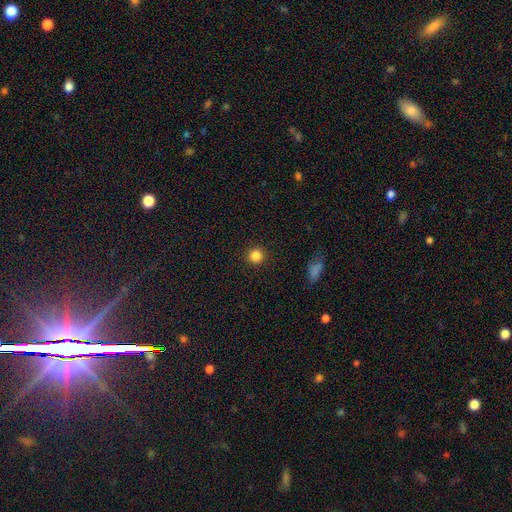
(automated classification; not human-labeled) Smooth or featured?
  - smooth: 85% *
  - star or artifact: 11%
  - featured or disk: 4%
How rounded?
  - round: 94% *
  - in between: 5%
  - cigar-shaped: 1%
Merging?
  - none: 92% *
  - minor disturbance: 5%
  - major disturbance: 2%
  - merger: 1%